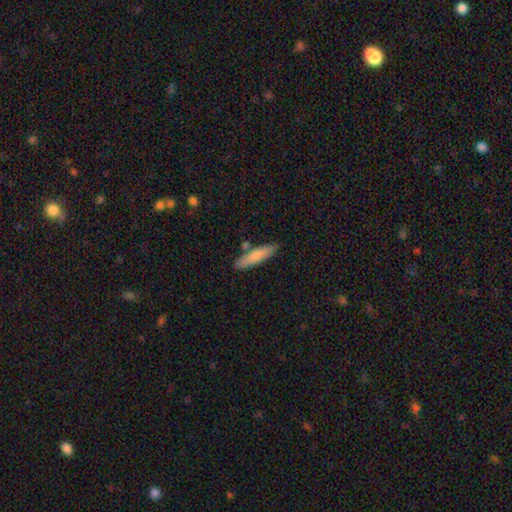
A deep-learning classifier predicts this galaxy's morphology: Smooth or featured? smooth (77%)
How rounded? cigar-shaped (78%)
Merging? none (80%)